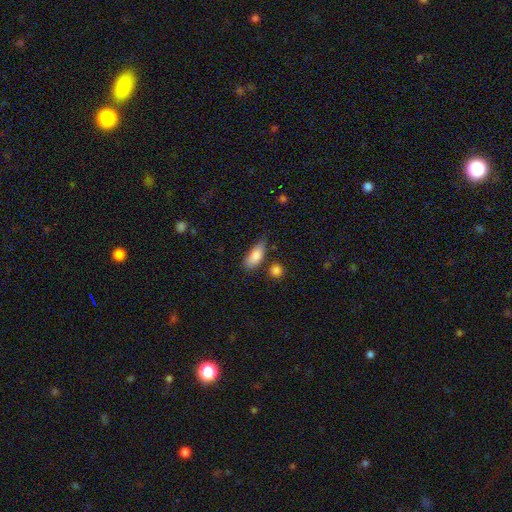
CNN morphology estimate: Q: Smooth or featured?
A: smooth (85%); runner-up: featured or disk (8%)
Q: How rounded?
A: in between (81%); runner-up: cigar-shaped (16%)
Q: Merging?
A: none (59%); runner-up: minor disturbance (28%)